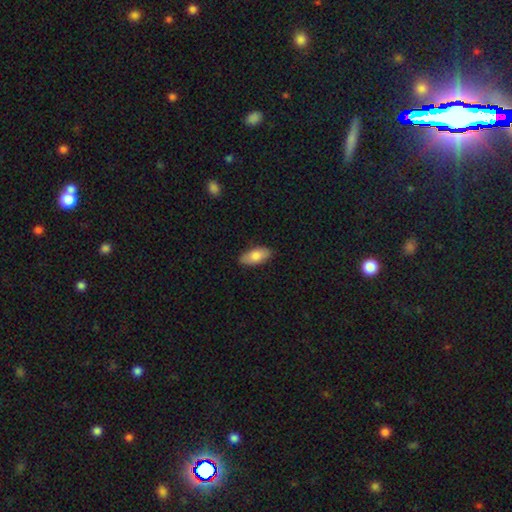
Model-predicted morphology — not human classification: This is clearly a smooth galaxy (80%). How rounded: clearly in between (88%). Merging: clearly none (86%).